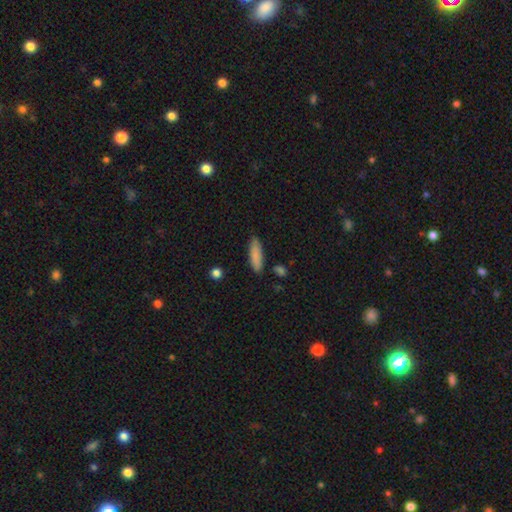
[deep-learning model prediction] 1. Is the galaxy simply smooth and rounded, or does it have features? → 86% smooth, 8% featured or disk, 6% star or artifact.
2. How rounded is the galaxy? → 50% cigar-shaped, 49% in between, 2% round.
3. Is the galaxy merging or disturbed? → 83% none, 13% minor disturbance, 2% merger, 2% major disturbance.